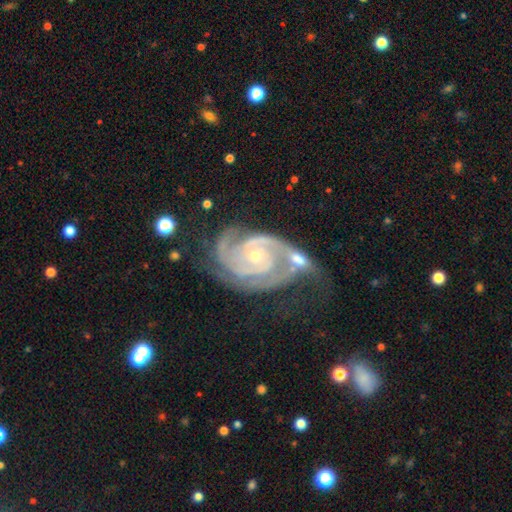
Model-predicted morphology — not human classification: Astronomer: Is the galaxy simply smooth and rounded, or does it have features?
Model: featured or disk — 92%.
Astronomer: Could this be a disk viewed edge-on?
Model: no — 98%.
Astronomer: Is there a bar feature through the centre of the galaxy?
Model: no — 68%.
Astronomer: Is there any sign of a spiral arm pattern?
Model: yes — 98%.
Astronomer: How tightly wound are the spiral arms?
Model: tight — 68%.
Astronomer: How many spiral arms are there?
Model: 2 — 47% (runner-up: 3, 30%).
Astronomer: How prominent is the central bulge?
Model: small — 66%.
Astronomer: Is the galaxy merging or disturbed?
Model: none — 36% (runner-up: merger, 27%).